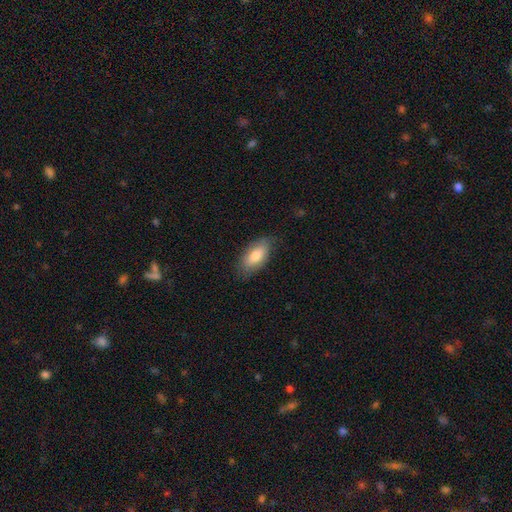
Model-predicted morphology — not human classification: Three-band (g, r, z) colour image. It shows a smooth galaxy with no disk features (80%) that is in between round and cigar-shaped (89%). Merging: none (80%).